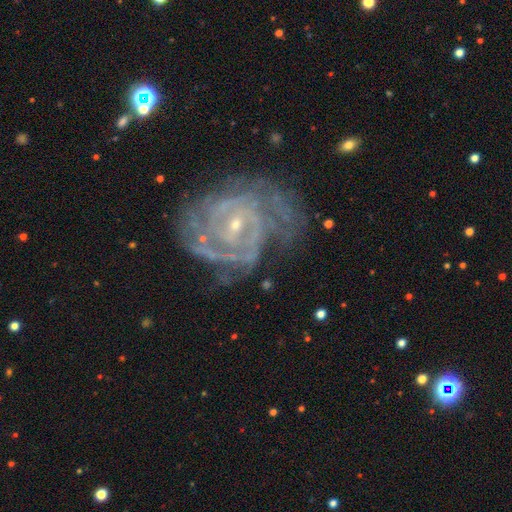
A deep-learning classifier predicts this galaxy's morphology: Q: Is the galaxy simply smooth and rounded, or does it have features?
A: featured or disk — 88%.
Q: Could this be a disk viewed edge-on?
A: no — 97%.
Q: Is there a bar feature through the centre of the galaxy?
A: no — 47%.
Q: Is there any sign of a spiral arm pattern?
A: yes — 97%.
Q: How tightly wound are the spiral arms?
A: tight — 71%.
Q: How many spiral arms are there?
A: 2 — 28%.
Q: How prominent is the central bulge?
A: small — 79%.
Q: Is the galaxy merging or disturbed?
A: none — 63%.